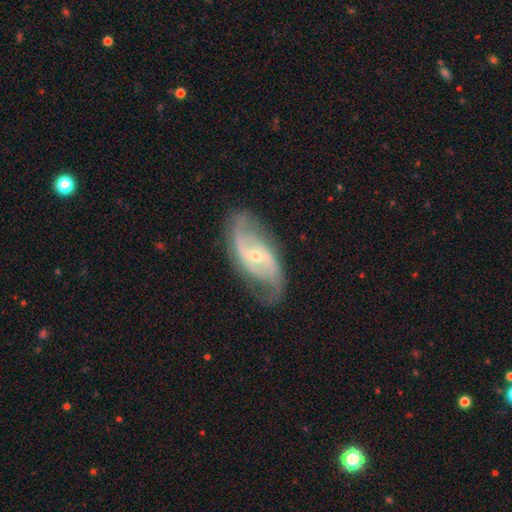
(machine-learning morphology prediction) smooth-or-featured: featured or disk: 87% | smooth: 8% | star or artifact: 5%
  disk-edge-on: no: 94% | yes: 6%
    bar: no: 41% | weak: 40% | strong: 19%
    has-spiral-arms: yes: 94% | no: 6%
      spiral-winding: medium: 46% | loose: 35% | tight: 19%
      spiral-arm-count: 2: 85% | can't tell: 7% | 3: 3% | 1: 2% | 4: 1% | more than 4: 1%
    bulge-size: small: 62% | moderate: 35% | large: 1% | none: 1% | dominant: 1%
  merging: none: 75% | minor disturbance: 17% | major disturbance: 7% | merger: 1%